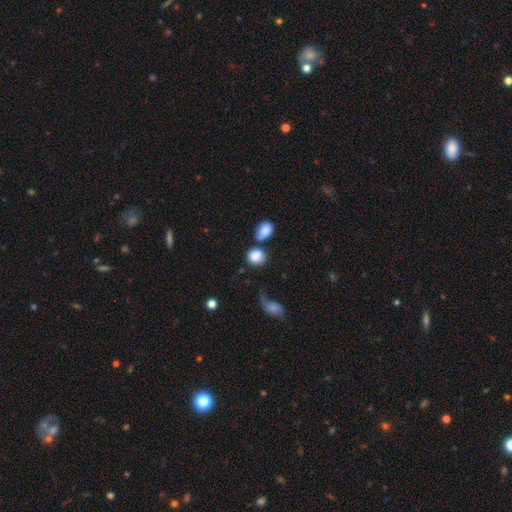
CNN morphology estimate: Smooth or featured?
  - smooth: 85% *
  - star or artifact: 8%
  - featured or disk: 7%
How rounded?
  - round: 69% *
  - in between: 30%
  - cigar-shaped: 1%
Merging?
  - none: 50% *
  - merger: 26%
  - minor disturbance: 15%
  - major disturbance: 8%